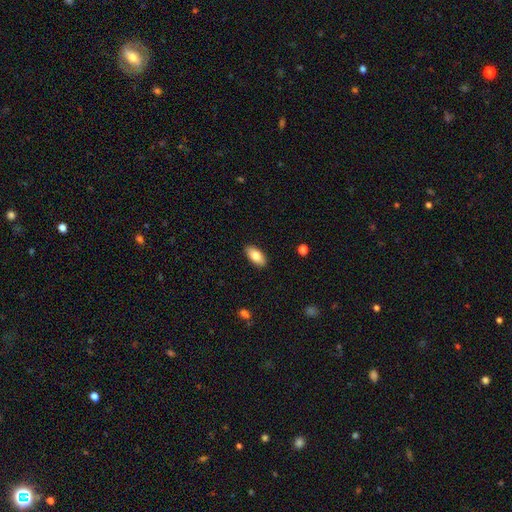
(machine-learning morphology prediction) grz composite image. It shows a smooth galaxy with no disk features (81%) that is in between round and cigar-shaped (92%). Merging: none (89%).